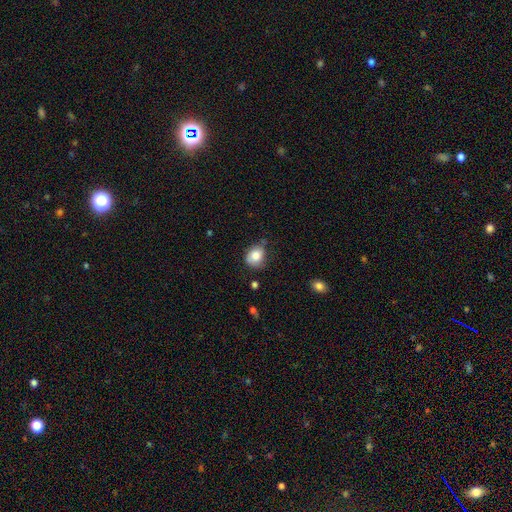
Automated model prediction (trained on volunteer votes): smooth_or_featured: smooth (p=0.78) [alt: featured or disk p=0.13]
how_rounded: round (p=0.59) [alt: in between p=0.40]
merging: none (p=0.55) [alt: minor disturbance p=0.33]